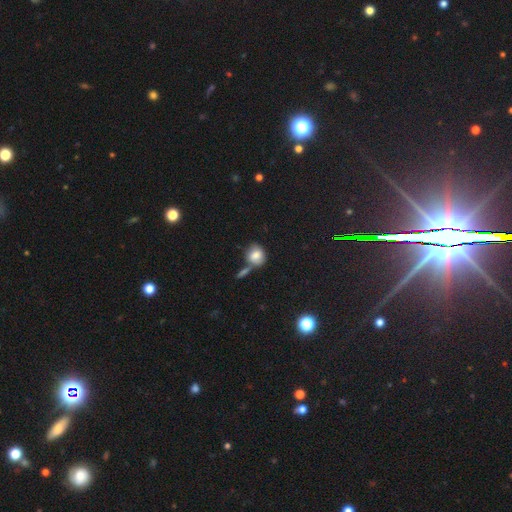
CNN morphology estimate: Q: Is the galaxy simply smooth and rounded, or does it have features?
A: smooth — 79%.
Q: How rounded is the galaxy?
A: round — 71%.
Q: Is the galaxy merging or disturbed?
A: none — 52%.